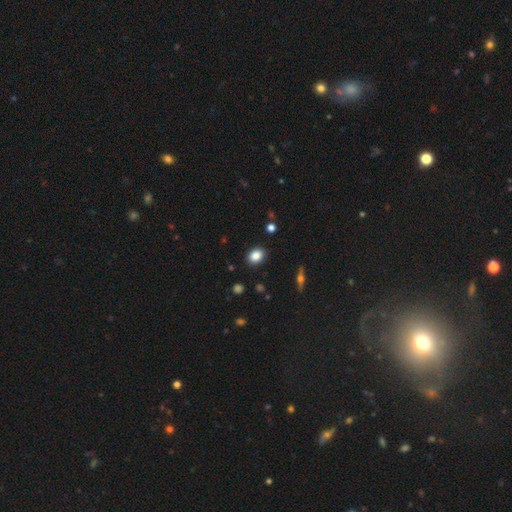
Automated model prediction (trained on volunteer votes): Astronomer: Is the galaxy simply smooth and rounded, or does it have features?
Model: smooth — 85%.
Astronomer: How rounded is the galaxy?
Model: in between — 59% (runner-up: round, 39%).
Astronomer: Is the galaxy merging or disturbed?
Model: none — 88%.